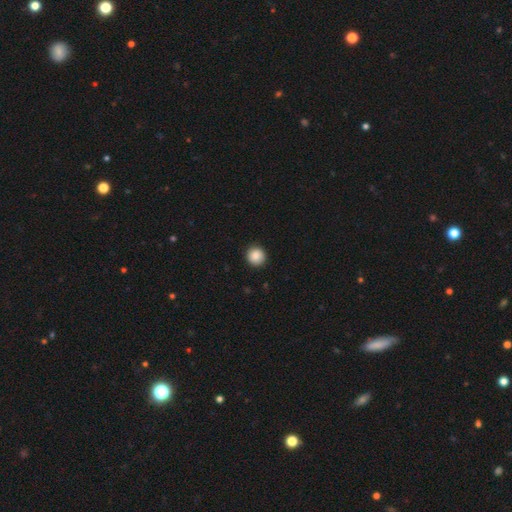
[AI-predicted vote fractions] smooth-or-featured: smooth: 88% | star or artifact: 8% | featured or disk: 4%
  how-rounded: round: 94% | in between: 5% | cigar-shaped: 1%
  merging: none: 91% | minor disturbance: 6% | major disturbance: 2% | merger: 1%